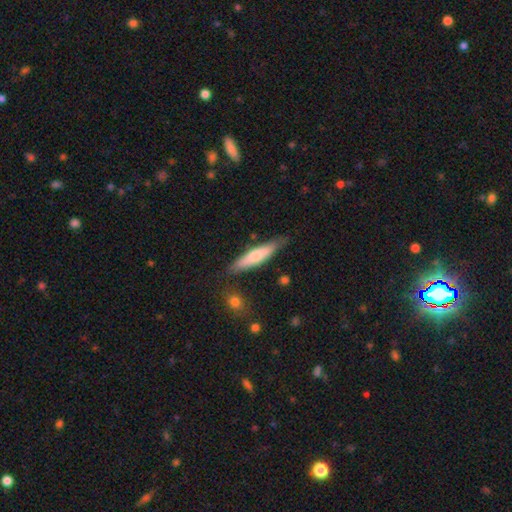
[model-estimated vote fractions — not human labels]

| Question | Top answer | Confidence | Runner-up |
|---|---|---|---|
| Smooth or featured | smooth | 66% | featured or disk (28%) |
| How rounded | cigar-shaped | 80% | in between (19%) |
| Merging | none | 77% | minor disturbance (16%) |